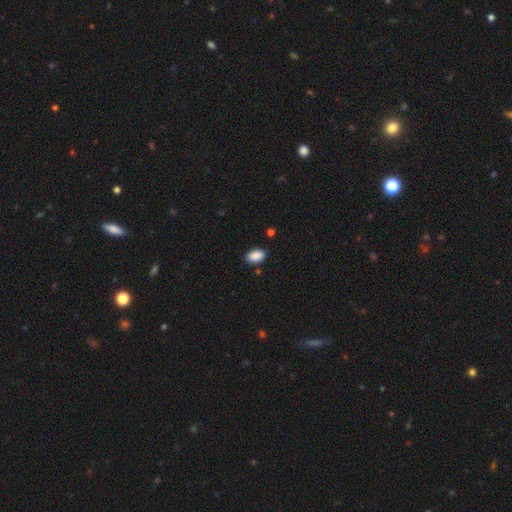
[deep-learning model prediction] This is clearly a smooth galaxy (89%). How rounded: clearly in between (92%). Merging: clearly none (86%).